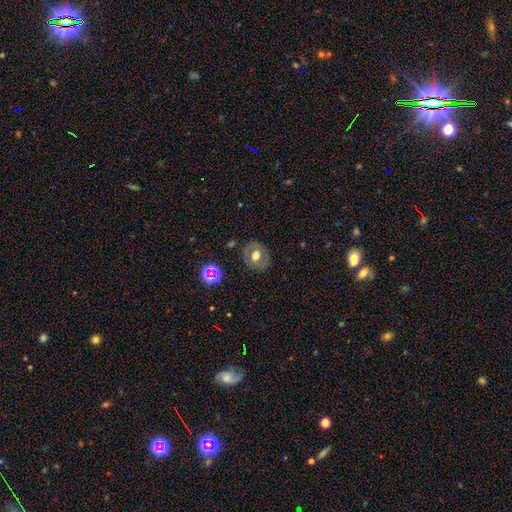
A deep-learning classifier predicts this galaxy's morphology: A smooth galaxy with no disk features (59%) that is round (72%).

Vote fractions:
- Smooth or featured? smooth: 59% / featured or disk: 31% / star or artifact: 11%
- How rounded? round: 72% / in between: 27% / cigar-shaped: 1%
- Merging? none: 84% / minor disturbance: 11% / major disturbance: 4% / merger: 2%